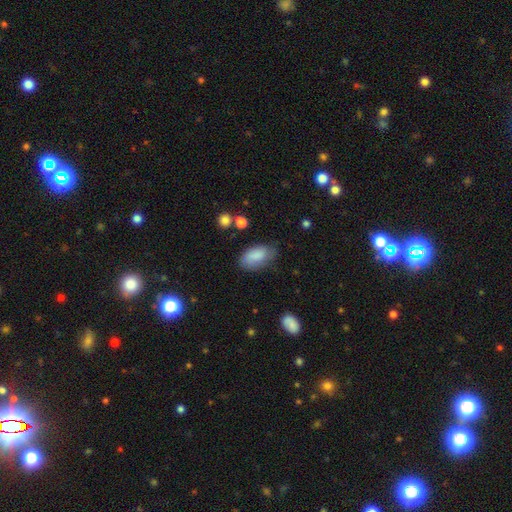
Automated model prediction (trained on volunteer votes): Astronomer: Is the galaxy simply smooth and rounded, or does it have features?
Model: smooth — 84%.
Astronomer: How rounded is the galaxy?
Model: in between — 94%.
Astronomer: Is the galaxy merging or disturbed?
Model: none — 68%.